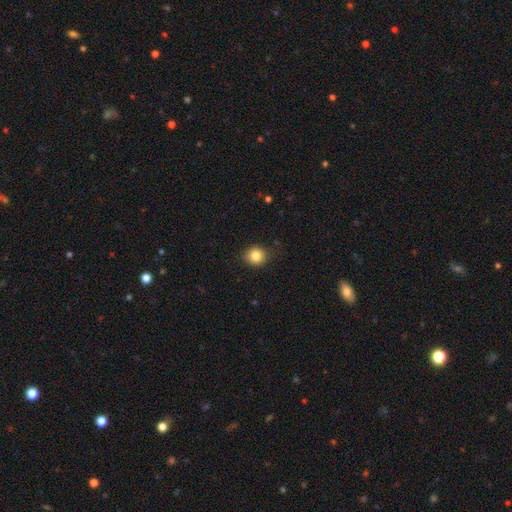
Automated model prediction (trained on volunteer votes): The model was most divided on "how rounded": round: 79%, in between: 20%, cigar-shaped: 1%. More confident: merging — none (84%); smooth or featured — smooth (83%).